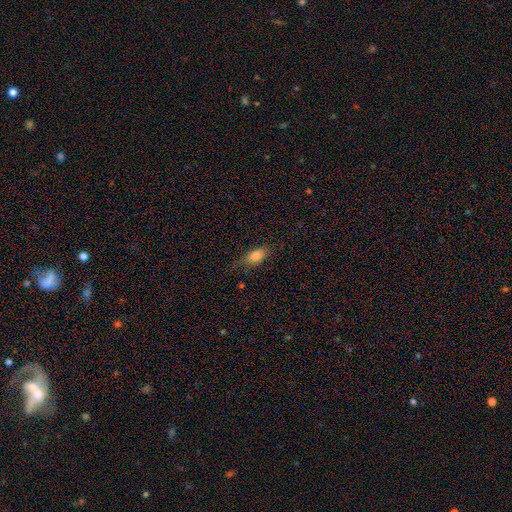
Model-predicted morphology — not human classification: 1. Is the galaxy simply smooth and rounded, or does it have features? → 81% smooth, 10% featured or disk, 9% star or artifact.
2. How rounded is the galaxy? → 84% in between, 10% cigar-shaped, 6% round.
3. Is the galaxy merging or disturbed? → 58% none, 28% minor disturbance, 11% major disturbance, 2% merger.